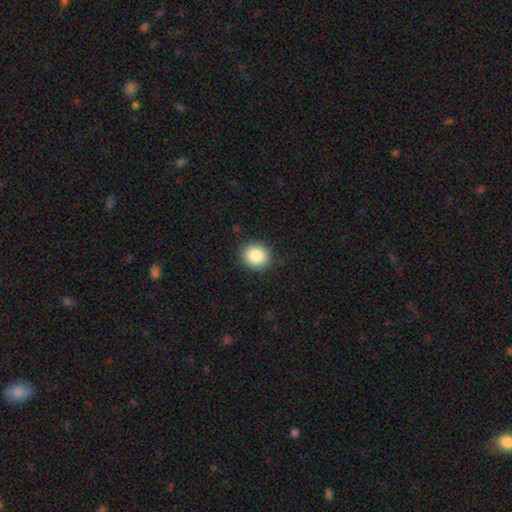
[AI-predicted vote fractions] A smooth galaxy with no disk features (87%) that is round (77%). Merging: none (88%).